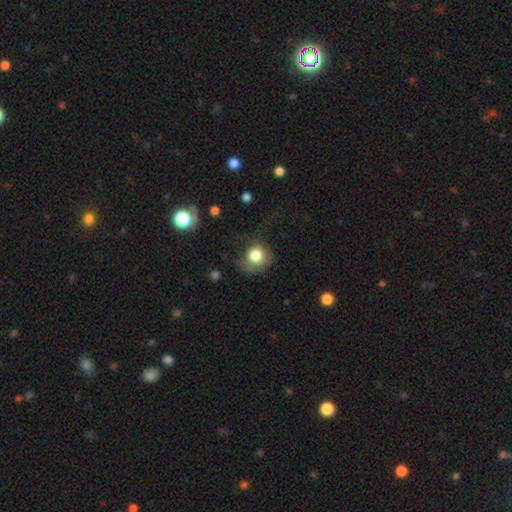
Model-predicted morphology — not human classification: A smooth galaxy with no disk features (80%) that is round (81%). Merging: none (53%).